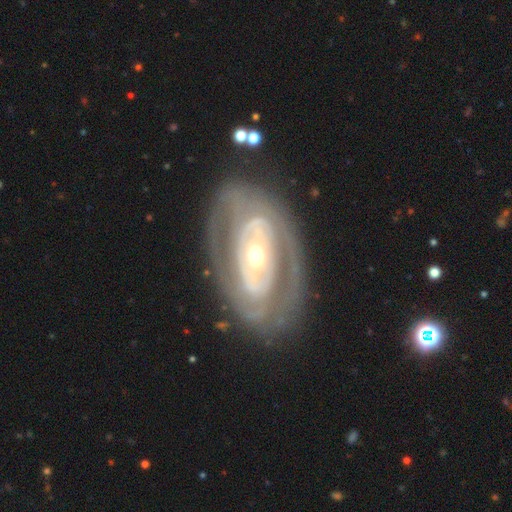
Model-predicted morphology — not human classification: Overall: featured or disk (80%). Edge-on disk: no (93%). Bar: no (63%). Spiral arms: yes (56%; no 44%). Bulge size: moderate (47%; small 45%). Merging: none (75%).